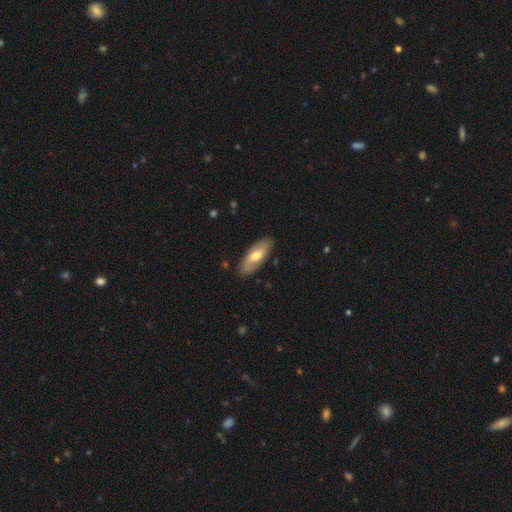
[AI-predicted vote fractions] smooth 50%, featured or disk 44%, star or artifact 5%. Down the decision tree: how rounded — in between (75%); merging — none (85%).